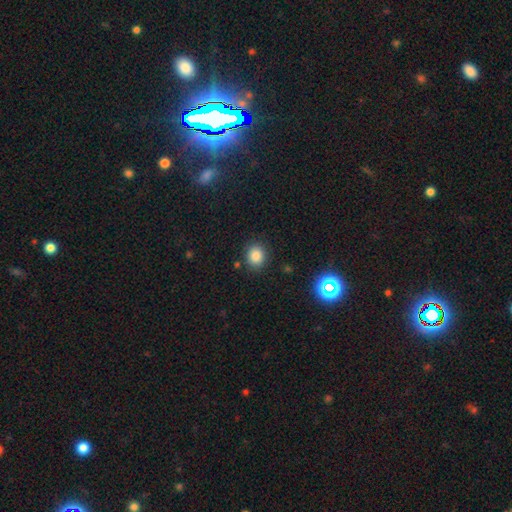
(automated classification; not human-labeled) Smooth or featured: smooth — 84% (star or artifact — 12%)
How rounded: round — 75% (in between — 24%)
Merging: none — 86% (minor disturbance — 9%)